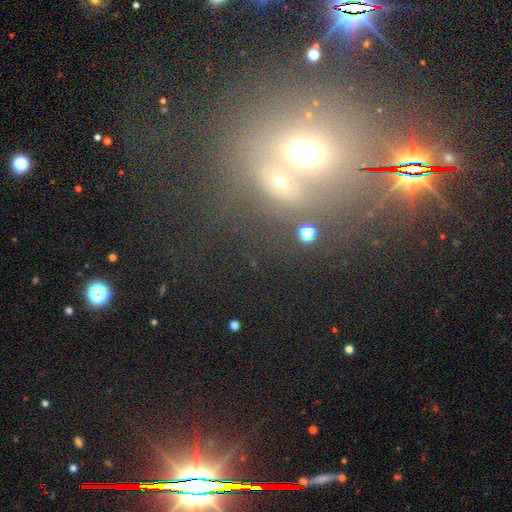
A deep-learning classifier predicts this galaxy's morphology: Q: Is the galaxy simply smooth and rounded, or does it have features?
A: star or artifact — 50%.